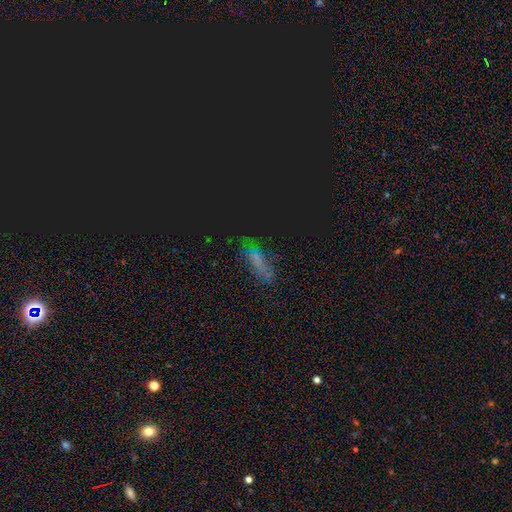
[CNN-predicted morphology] smooth_or_featured: star or artifact (p=0.42) [alt: smooth p=0.39]